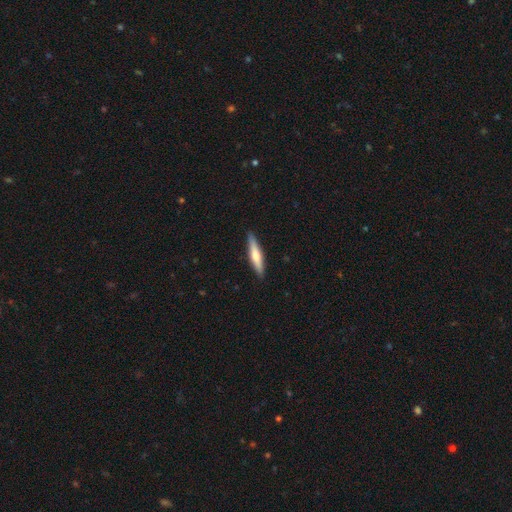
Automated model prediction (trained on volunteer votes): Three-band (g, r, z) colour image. It shows a smooth galaxy with no disk features (53%) that is cigar-shaped (86%). Merging: none (90%).